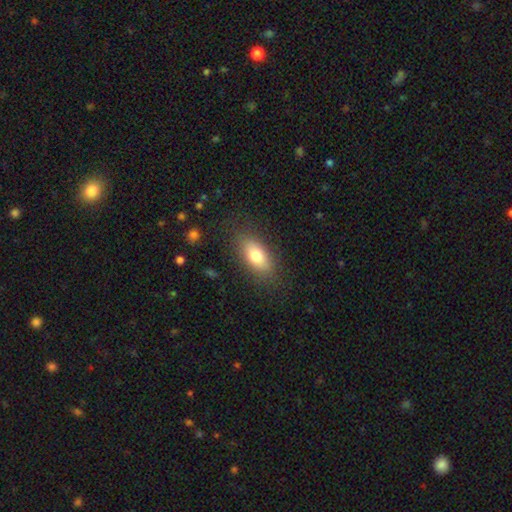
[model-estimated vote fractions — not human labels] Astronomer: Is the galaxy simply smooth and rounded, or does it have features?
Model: smooth — 76%.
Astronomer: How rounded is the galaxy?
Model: in between — 86%.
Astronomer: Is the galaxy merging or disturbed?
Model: none — 83%.